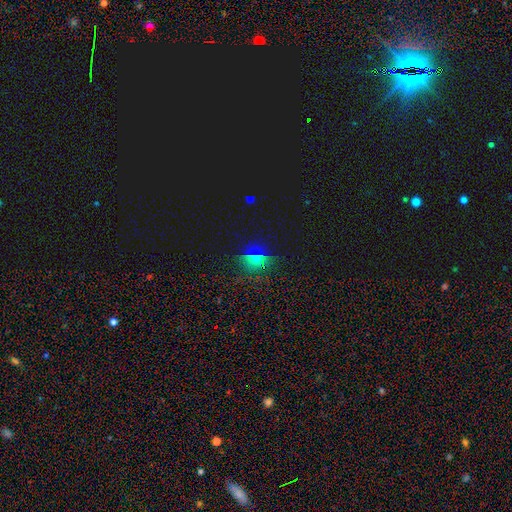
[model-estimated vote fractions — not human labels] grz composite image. It shows a smooth galaxy with no disk features (51%) that is round (66%). Merging: none (83%).